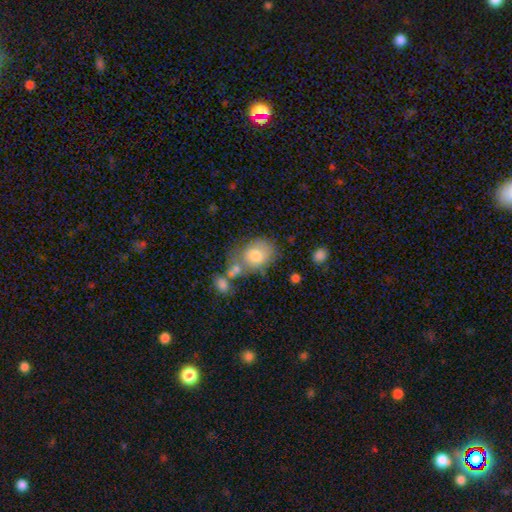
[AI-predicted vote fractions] This is likely a smooth galaxy (75%). How rounded: likely in between (62%). Merging: possibly none (46%).